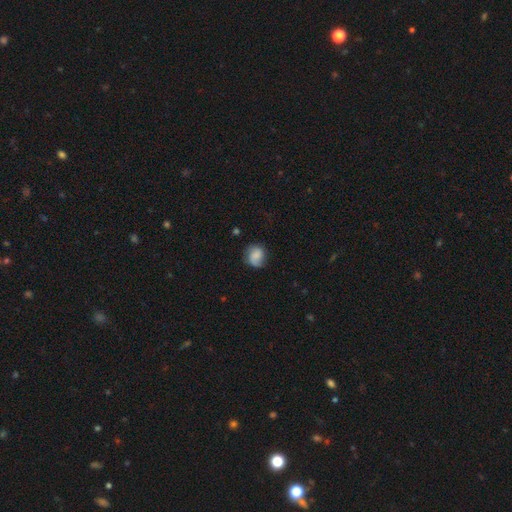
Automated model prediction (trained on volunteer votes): smooth_or_featured: smooth (p=0.58) [alt: featured or disk p=0.33]
how_rounded: round (p=0.70) [alt: in between p=0.29]
merging: none (p=0.63) [alt: minor disturbance p=0.25]